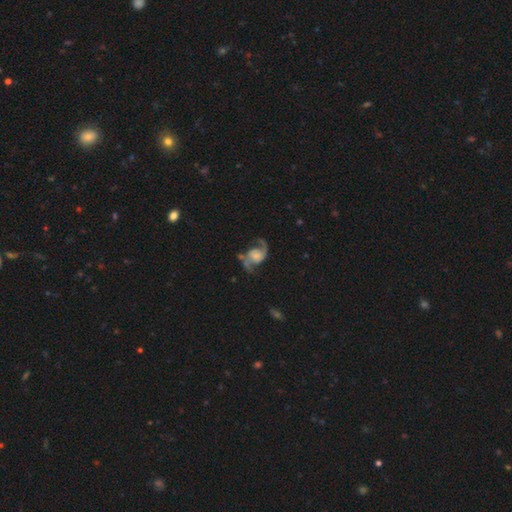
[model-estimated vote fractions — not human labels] smooth-or-featured: featured or disk: 89% | smooth: 6% | star or artifact: 5%
  disk-edge-on: no: 98% | yes: 2%
    bar: no: 60% | weak: 32% | strong: 8%
    has-spiral-arms: yes: 97% | no: 3%
      spiral-winding: loose: 45% (tied) | medium: 45% (tied) | tight: 10%
      spiral-arm-count: 2: 93% | 1: 2% | can't tell: 2% | 3: 1% | 4: 1% | more than 4: 1%
    bulge-size: small: 33% | moderate: 26% | none: 24% | large: 14% | dominant: 3%
  merging: none: 70% | minor disturbance: 16% | major disturbance: 10% | merger: 4%